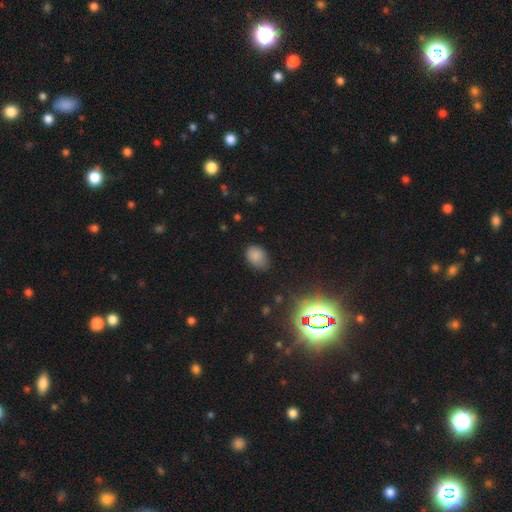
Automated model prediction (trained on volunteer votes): This is clearly a smooth galaxy (81%). How rounded: likely in between (75%). Merging: likely none (68%).